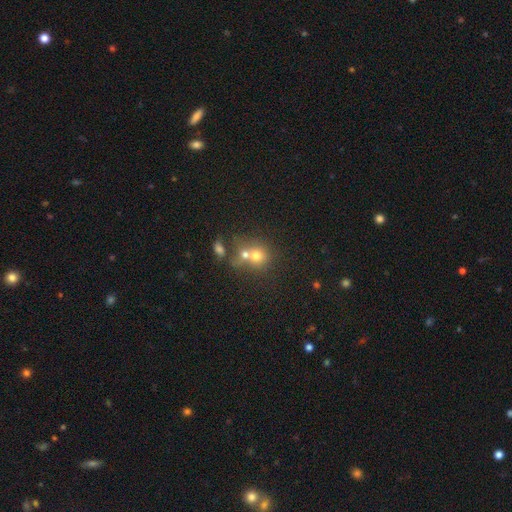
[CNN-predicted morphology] Smooth or featured? Predicted: smooth (p=0.69). How rounded? Predicted: round (p=0.76). Merging? Predicted: merger (p=0.58).